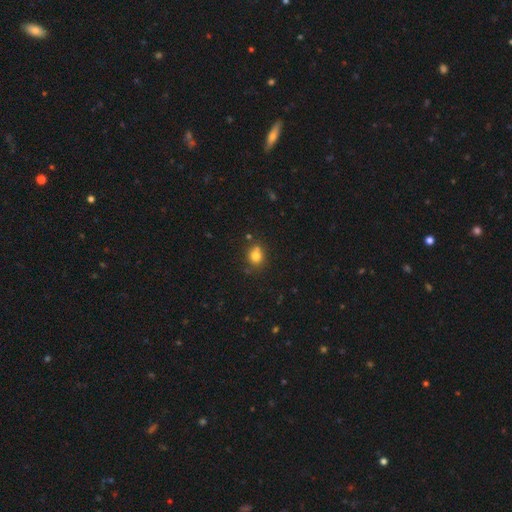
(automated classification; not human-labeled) A smooth galaxy with no disk features (79%) that is round (68%).

Vote fractions:
- Smooth or featured? smooth: 79% / star or artifact: 13% / featured or disk: 8%
- How rounded? round: 68% / in between: 31% / cigar-shaped: 1%
- Merging? none: 70% / minor disturbance: 16% / merger: 10% / major disturbance: 4%